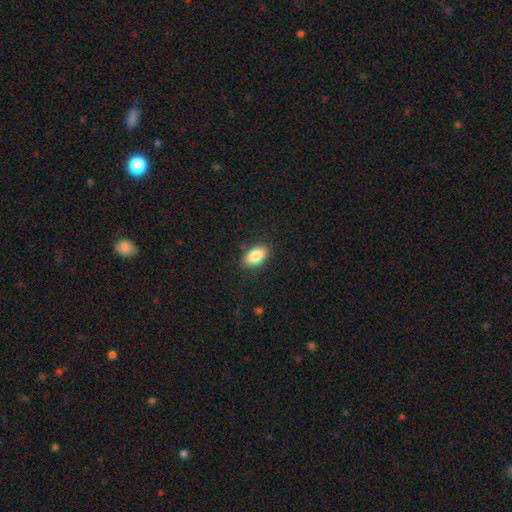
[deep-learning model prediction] Morphology: type=smooth (85%); roundness=in between (92%); merging=none (86%).